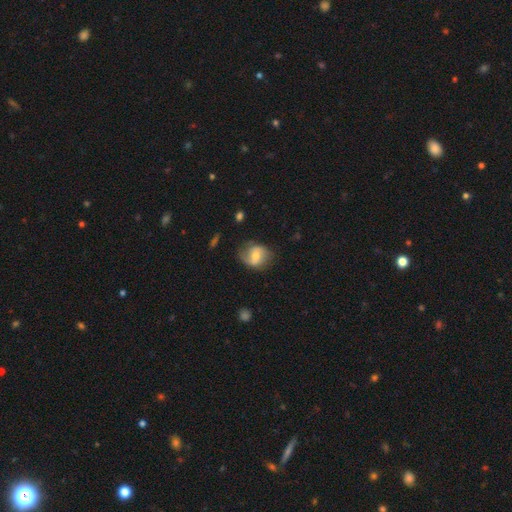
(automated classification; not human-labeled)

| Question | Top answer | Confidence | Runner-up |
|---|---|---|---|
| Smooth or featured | featured or disk | 49% | smooth (43%) |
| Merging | none | 66% | minor disturbance (24%) |